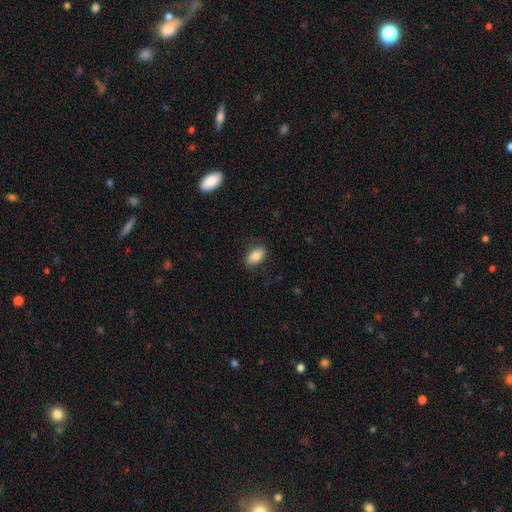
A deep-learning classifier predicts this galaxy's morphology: Smooth or featured? Predicted: smooth (p=0.83). How rounded? Predicted: in between (p=0.91). Merging? Predicted: none (p=0.83).